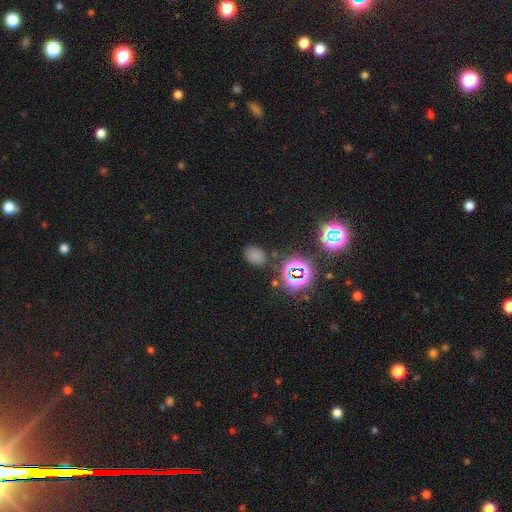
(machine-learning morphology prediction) smooth 66%, star or artifact 28%, featured or disk 6%. Down the decision tree: how rounded — in between (65%); merging — none (77%).